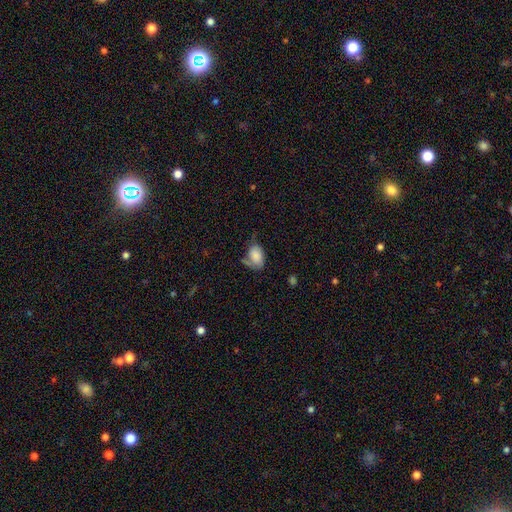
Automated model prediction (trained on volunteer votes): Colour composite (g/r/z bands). It shows a smooth galaxy with no disk features (81%) that is in between round and cigar-shaped (86%). Merging: none (42%).